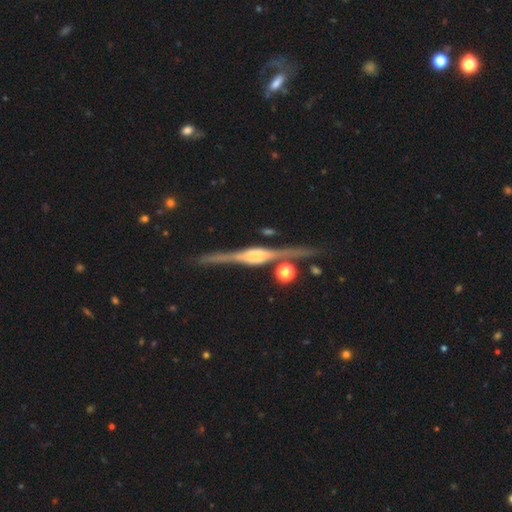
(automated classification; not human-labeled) This is clearly a featured or disk galaxy (88%). It is clearly viewed edge-on (98%). Edge-on bulge: likely rounded (74%). Merging: clearly none (84%).